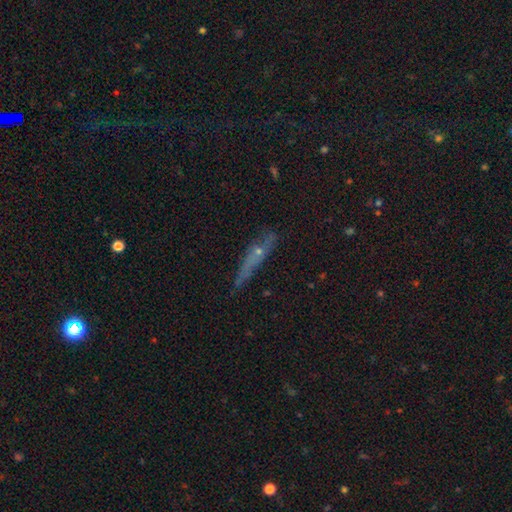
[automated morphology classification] Smooth or featured?
  - featured or disk: 47% *
  - smooth: 39%
  - star or artifact: 14%
Merging?
  - none: 62% *
  - minor disturbance: 25%
  - major disturbance: 10%
  - merger: 3%